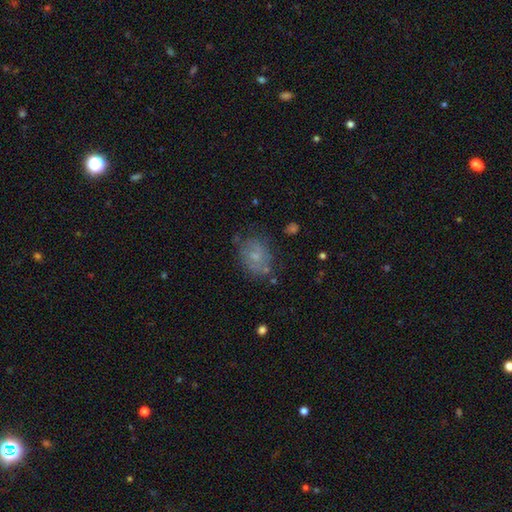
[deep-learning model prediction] smooth_or_featured: smooth (p=0.52) [alt: featured or disk p=0.37]
how_rounded: in between (p=0.59) [alt: round p=0.39]
merging: none (p=0.58) [alt: minor disturbance p=0.24]